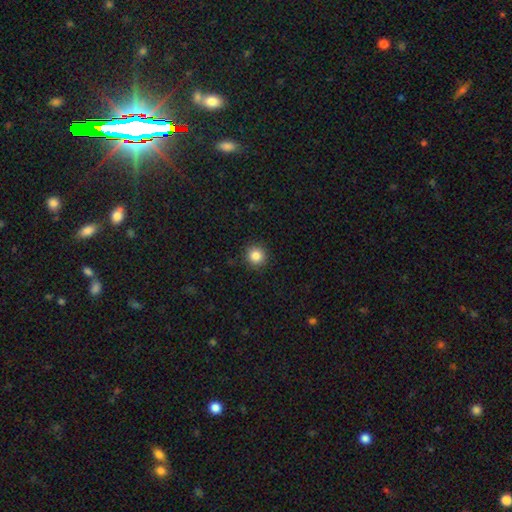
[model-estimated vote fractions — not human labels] Smooth or featured: smooth — 85% (star or artifact — 10%)
How rounded: round — 94% (in between — 5%)
Merging: none — 92% (minor disturbance — 5%)